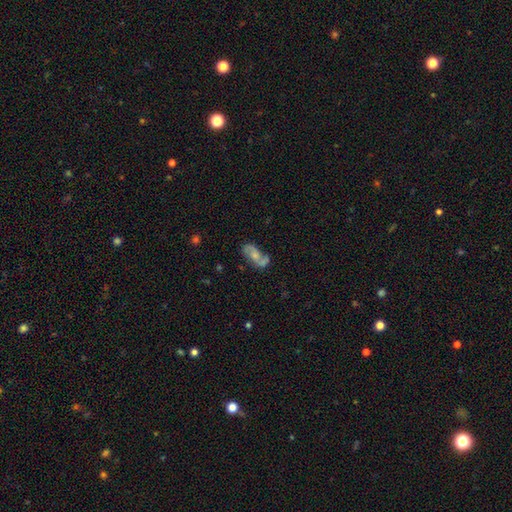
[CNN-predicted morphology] This appears to be a featured or disk galaxy (71%) with no bar (60%), 2 (88%) loose (46%) spiral arms (88%) and a moderate central bulge (42%). Merging: none (58%).